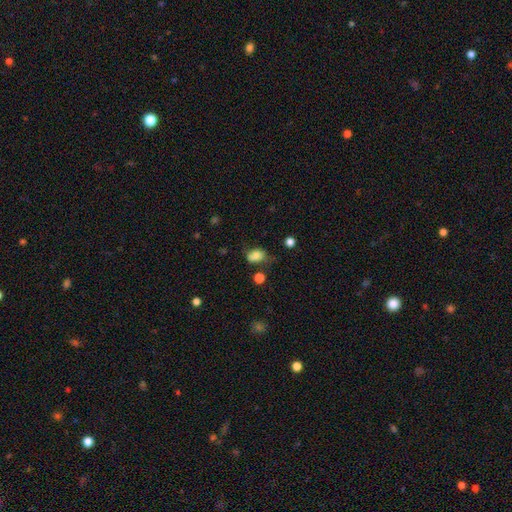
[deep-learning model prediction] The model was most divided on "merging": none: 47%, minor disturbance: 34%, major disturbance: 14%, merger: 5%. More confident: smooth or featured — smooth (80%); how rounded — in between (74%).